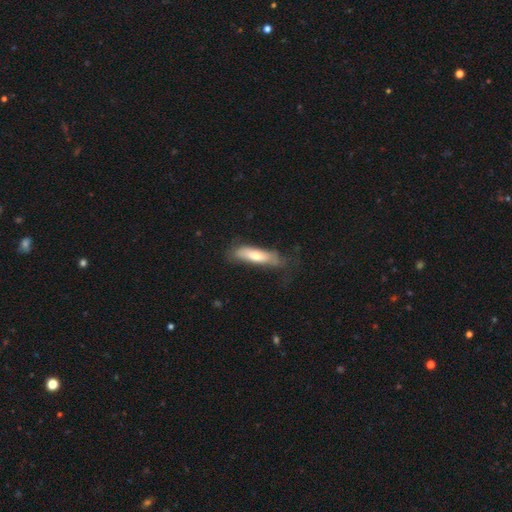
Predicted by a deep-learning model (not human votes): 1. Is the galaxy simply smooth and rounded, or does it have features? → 63% smooth, 30% featured or disk, 7% star or artifact.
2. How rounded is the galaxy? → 67% cigar-shaped, 32% in between, 2% round.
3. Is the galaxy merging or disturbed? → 61% none, 25% minor disturbance, 12% major disturbance, 2% merger.